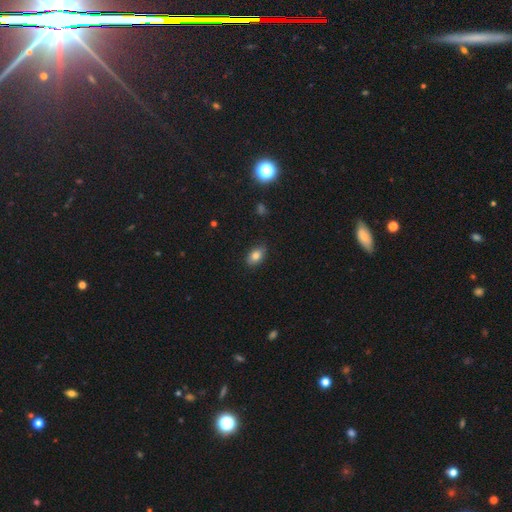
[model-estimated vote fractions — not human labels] smooth 81%, featured or disk 10%, star or artifact 9%. Down the decision tree: how rounded — in between (87%); merging — none (82%).